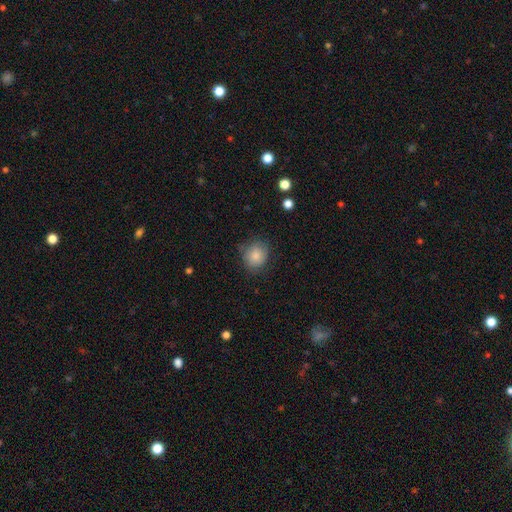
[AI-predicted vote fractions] smooth_or_featured: smooth (p=0.84) [alt: star or artifact p=0.08]
how_rounded: round (p=0.75) [alt: in between p=0.25]
merging: none (p=0.75) [alt: minor disturbance p=0.19]